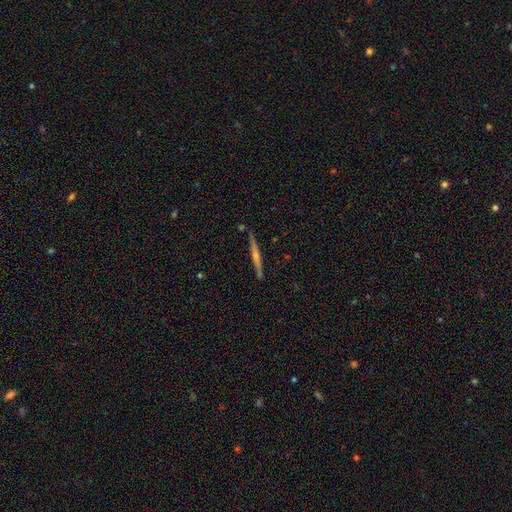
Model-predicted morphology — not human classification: Smooth or featured: featured or disk — 65% (smooth — 23%)
Edge-on disk: yes — 95% (no — 5%)
Edge-on bulge: rounded — 61% (none — 29%)
Merging: none — 88% (minor disturbance — 8%)